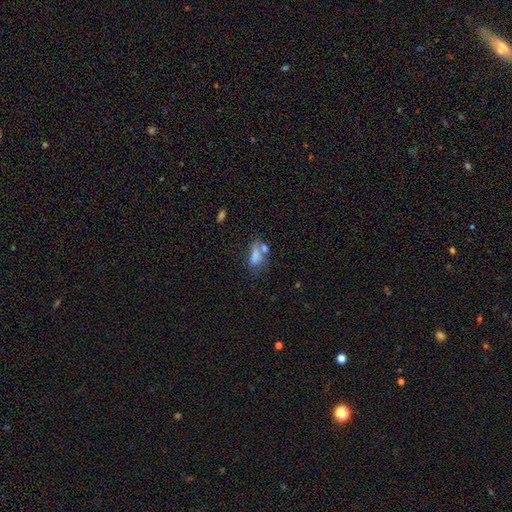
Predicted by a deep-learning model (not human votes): The model was most divided on "merging" (2-way tie): merger: 32%, none: 32%, minor disturbance: 19%, major disturbance: 17%. More confident: how rounded — in between (80%); smooth or featured — smooth (68%).